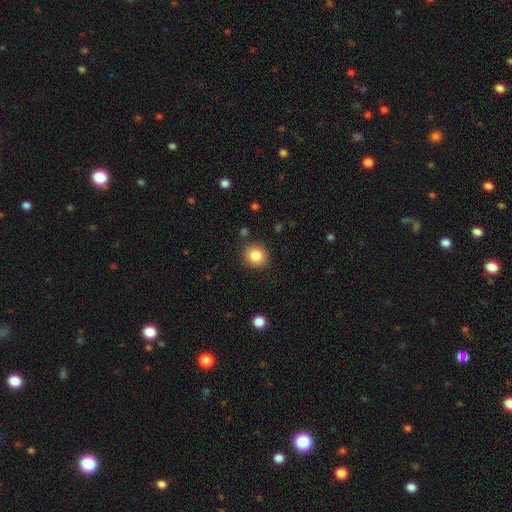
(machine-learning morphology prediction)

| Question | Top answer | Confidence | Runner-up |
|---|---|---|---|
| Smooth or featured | smooth | 85% | star or artifact (10%) |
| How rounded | round | 84% | in between (15%) |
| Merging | none | 88% | minor disturbance (8%) |